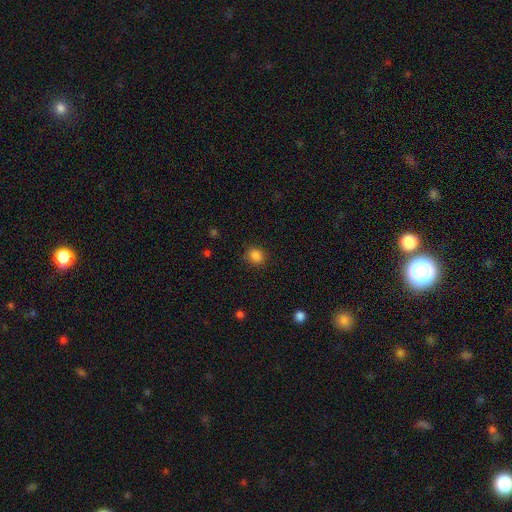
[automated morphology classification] The model was most divided on "how rounded": round: 76%, in between: 23%, cigar-shaped: 1%. More confident: merging — none (87%); smooth or featured — smooth (85%).